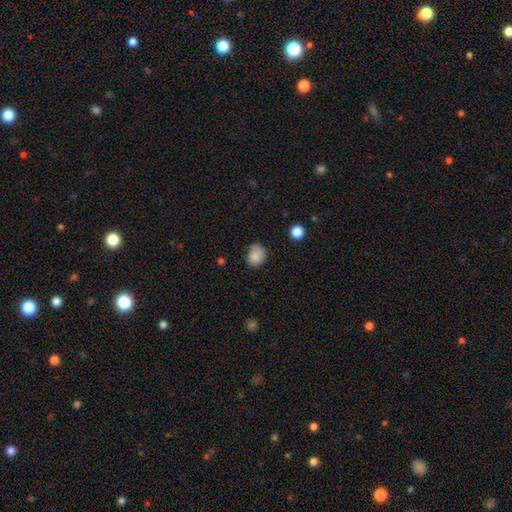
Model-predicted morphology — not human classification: smooth_or_featured: smooth (p=0.82) [alt: featured or disk p=0.09]
how_rounded: round (p=0.59) [alt: in between p=0.40]
merging: none (p=0.63) [alt: minor disturbance p=0.27]